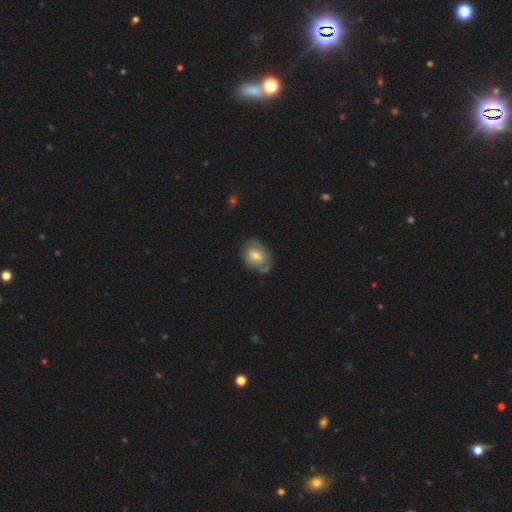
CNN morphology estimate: smooth-or-featured: smooth: 49% | featured or disk: 43% | star or artifact: 8%
  merging: none: 66% | minor disturbance: 24% | major disturbance: 7% | merger: 3%